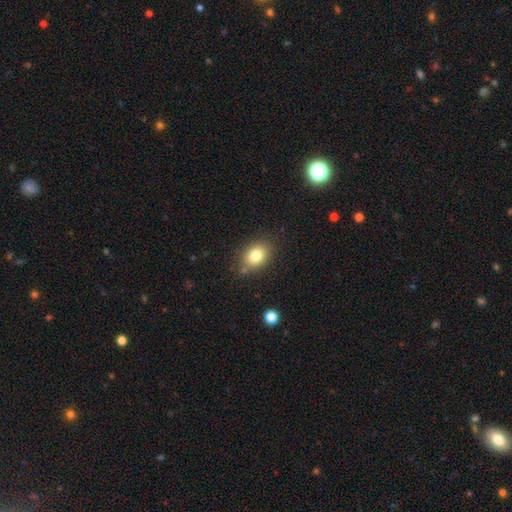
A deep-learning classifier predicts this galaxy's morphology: Overall: smooth (80%). How rounded: in between (63%; round 36%). Merging: none (78%).